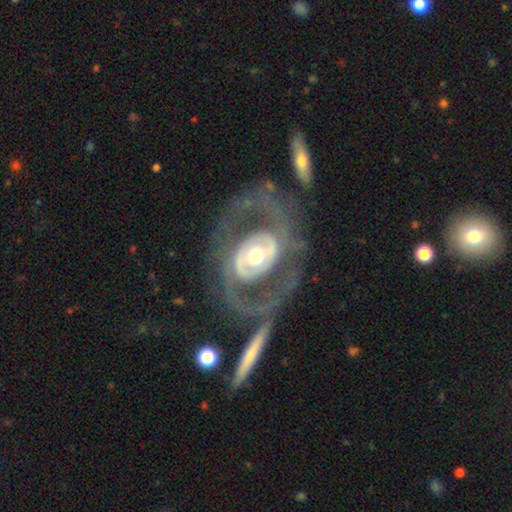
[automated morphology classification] smooth-or-featured: featured or disk: 84% | smooth: 12% | star or artifact: 5%
  disk-edge-on: no: 95% | yes: 5%
    bar: no: 60% | weak: 22% | strong: 18%
    has-spiral-arms: yes: 68% | no: 32%
      spiral-winding: medium: 42% | loose: 31% | tight: 27%
      spiral-arm-count: 2: 75% | can't tell: 11% | 1: 5% | 3: 4% | 4: 2% | more than 4: 2%
    bulge-size: moderate: 62% | large: 27% | small: 7% | dominant: 3% | none: 1%
  merging: none: 65% | major disturbance: 19% | minor disturbance: 13% | merger: 3%